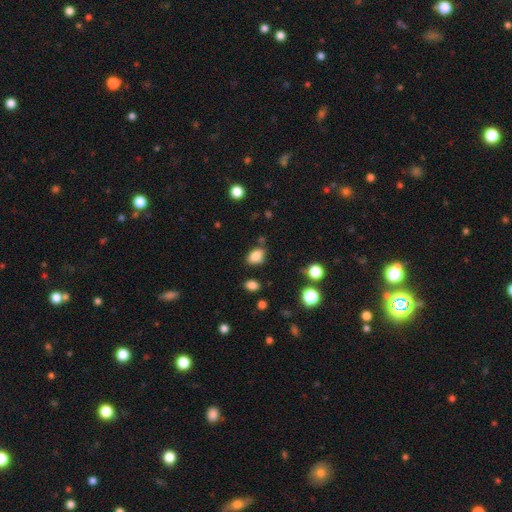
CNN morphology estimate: smooth-or-featured: smooth: 82% | star or artifact: 10% | featured or disk: 7%
  how-rounded: in between: 78% | round: 20% | cigar-shaped: 2%
  merging: none: 72% | minor disturbance: 18% | merger: 5% | major disturbance: 4%